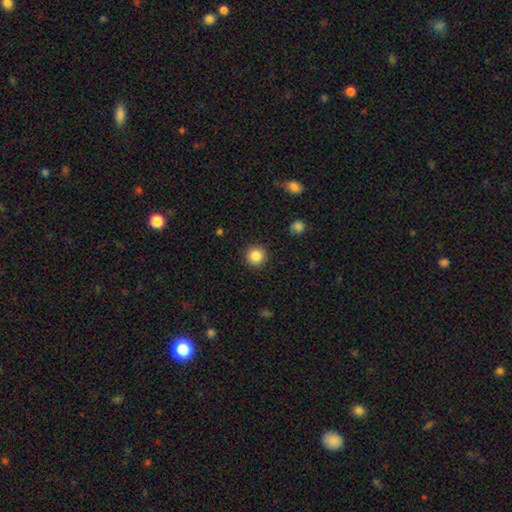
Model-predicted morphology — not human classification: A smooth galaxy with no disk features (86%) that is round (95%).

Vote fractions:
- Smooth or featured? smooth: 86% / star or artifact: 10% / featured or disk: 4%
- How rounded? round: 95% / in between: 4% / cigar-shaped: 1%
- Merging? none: 92% / minor disturbance: 5% / major disturbance: 2% / merger: 1%